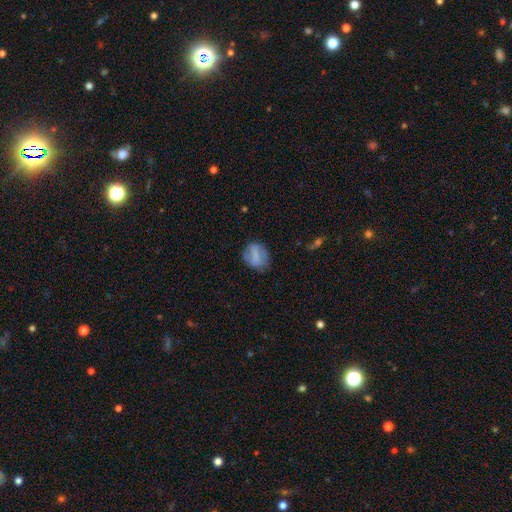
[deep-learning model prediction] smooth-or-featured: smooth: 60% | featured or disk: 31% | star or artifact: 9%
  how-rounded: in between: 52% | round: 45% | cigar-shaped: 3%
  merging: none: 68% | minor disturbance: 21% | major disturbance: 9% | merger: 2%